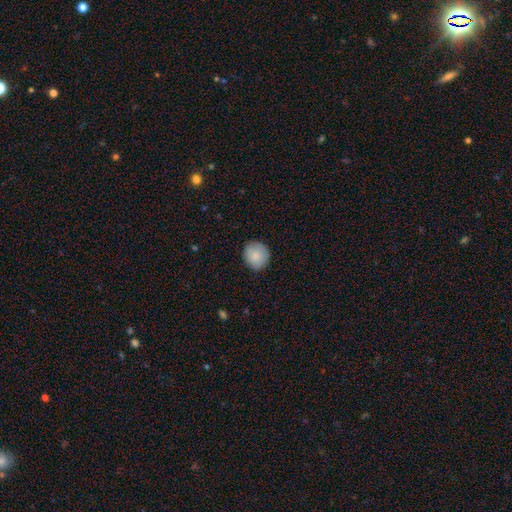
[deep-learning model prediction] A smooth galaxy with no disk features (86%) that is round (88%).

Vote fractions:
- Smooth or featured? smooth: 86% / featured or disk: 7% / star or artifact: 7%
- How rounded? round: 88% / in between: 11% / cigar-shaped: 1%
- Merging? none: 87% / minor disturbance: 10% / major disturbance: 2% / merger: 1%